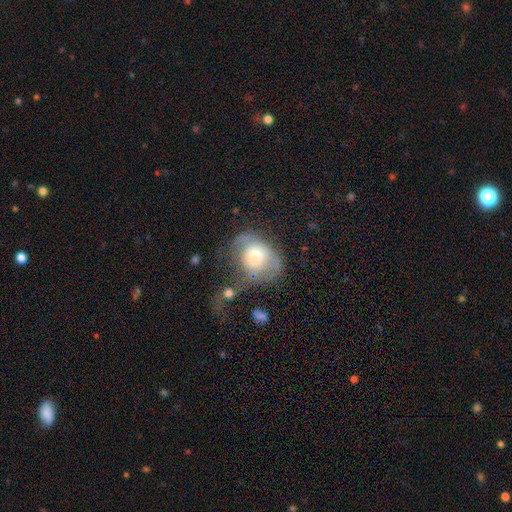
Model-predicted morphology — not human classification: A smooth galaxy with no disk features (56%) that is round (54%). Merging: major disturbance (35%).